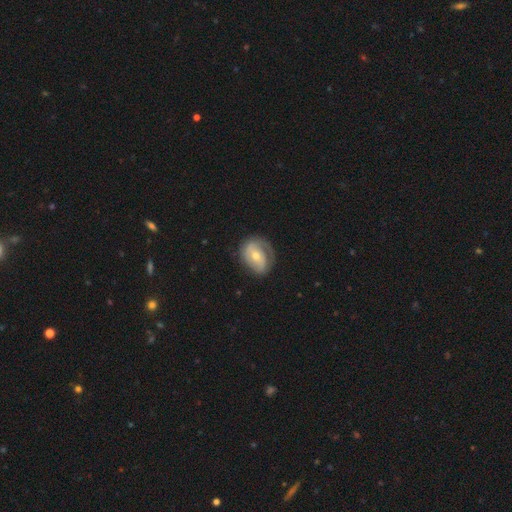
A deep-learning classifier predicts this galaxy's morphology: smooth_or_featured: featured or disk (p=0.66) [alt: smooth p=0.28]
disk_edge_on: no (p=0.96) [alt: yes p=0.04]
bar: no (p=0.52) [alt: weak p=0.35]
has_spiral_arms: yes (p=0.83) [alt: no p=0.17]
spiral_winding: tight (p=0.45) [alt: medium p=0.36]
spiral_arm_count: 2 (p=0.49) [alt: 1 p=0.26]
bulge_size: moderate (p=0.55) [alt: small p=0.40]
merging: none (p=0.64) [alt: minor disturbance p=0.23]